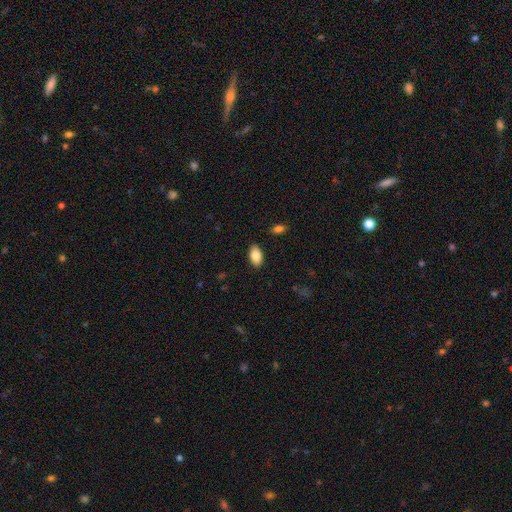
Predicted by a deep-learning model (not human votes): The model was most divided on "smooth or featured": smooth: 84%, featured or disk: 9%, star or artifact: 7%. More confident: how rounded — in between (93%); merging — none (88%).